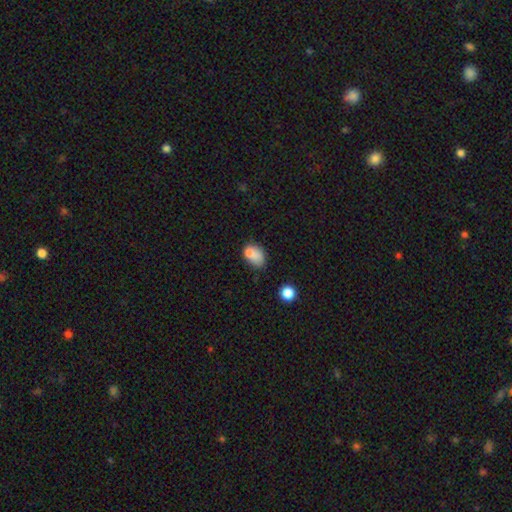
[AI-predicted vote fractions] smooth-or-featured: smooth: 75% | featured or disk: 13% | star or artifact: 12%
  how-rounded: in between: 73% | round: 26% | cigar-shaped: 1%
  merging: none: 37% | minor disturbance: 27% | merger: 23% | major disturbance: 13%